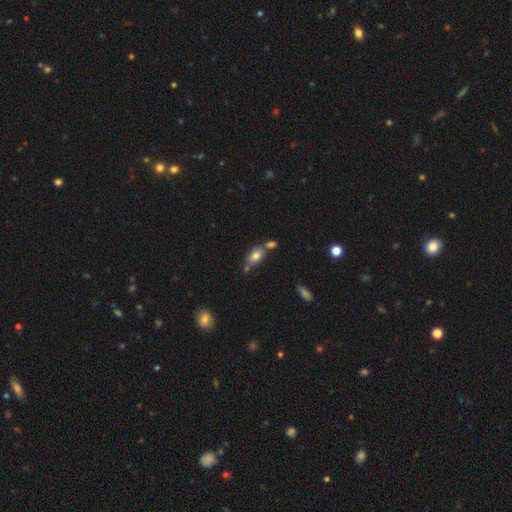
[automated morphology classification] A smooth galaxy with no disk features (76%) that is in between round and cigar-shaped (81%). Merging: none (52%).